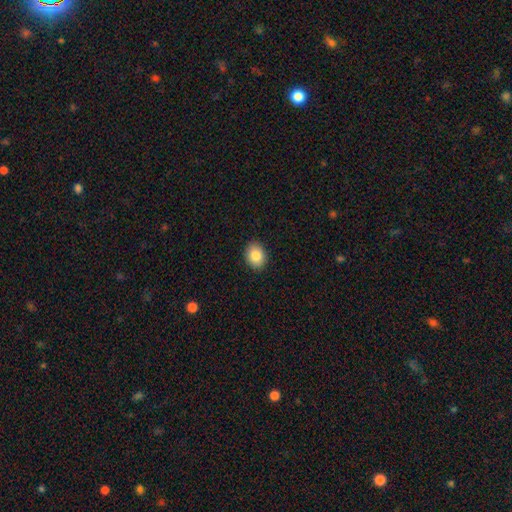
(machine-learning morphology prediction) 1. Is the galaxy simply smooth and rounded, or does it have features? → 86% smooth, 8% star or artifact, 6% featured or disk.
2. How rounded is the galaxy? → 65% in between, 35% round, 1% cigar-shaped.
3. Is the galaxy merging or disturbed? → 90% none, 7% minor disturbance, 2% major disturbance, 1% merger.